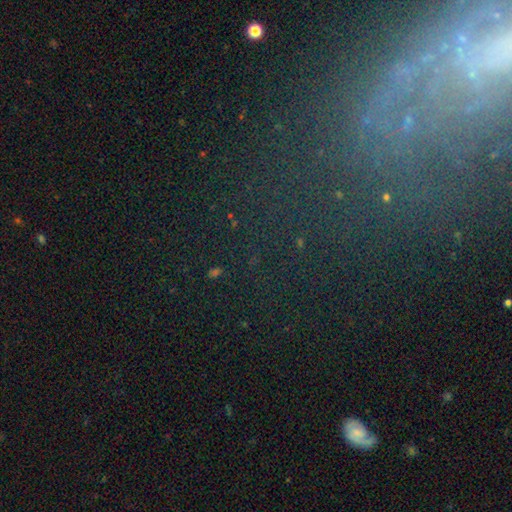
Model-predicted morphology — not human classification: The model was most divided on "smooth or featured": star or artifact: 66%, smooth: 17%, featured or disk: 17%.